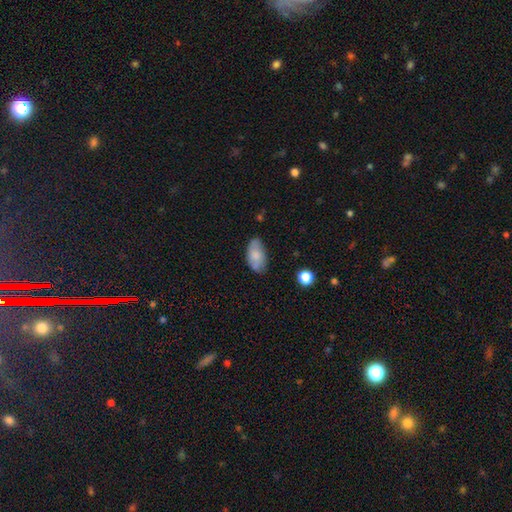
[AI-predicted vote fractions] This appears to be a smooth galaxy with no disk features (74%) that is in between round and cigar-shaped (94%). Merging: none (64%).